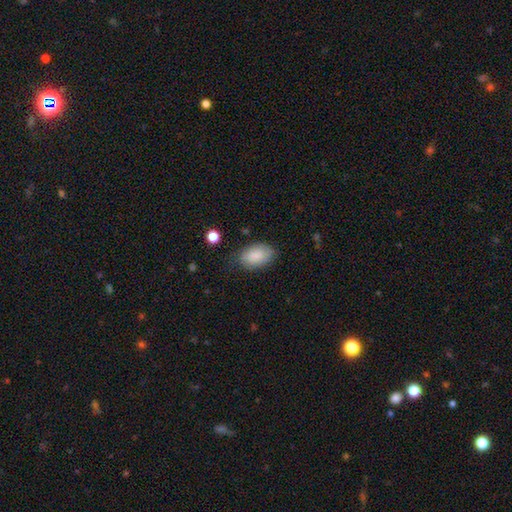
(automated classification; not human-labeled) The model was most divided on "merging": none: 74%, minor disturbance: 20%, major disturbance: 5%, merger: 2%. More confident: how rounded — in between (91%); smooth or featured — smooth (84%).